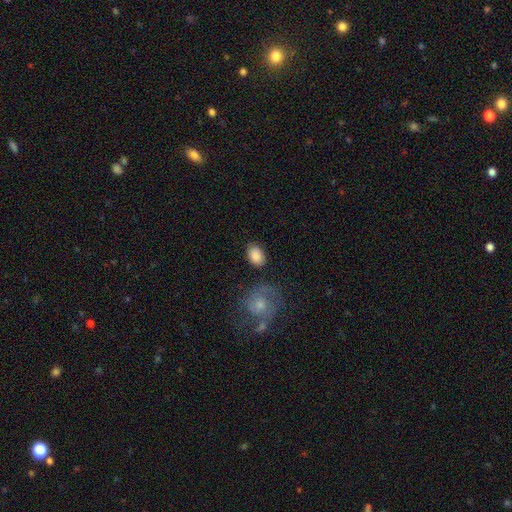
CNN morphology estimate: This appears to be a smooth galaxy with no disk features (86%) that is in between round and cigar-shaped (77%). Merging: none (78%).